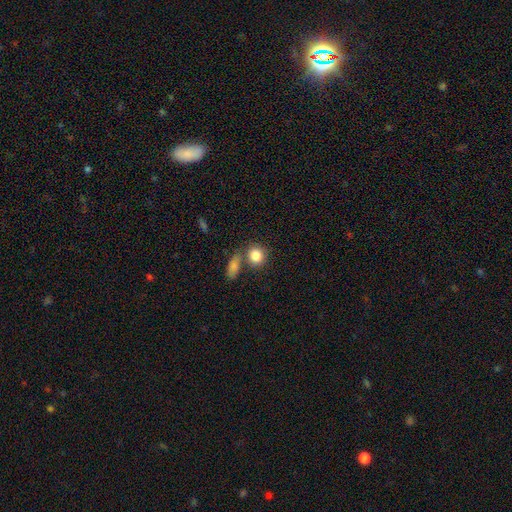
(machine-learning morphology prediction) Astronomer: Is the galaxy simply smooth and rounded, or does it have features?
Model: smooth — 85%.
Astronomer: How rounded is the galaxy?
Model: round — 77%.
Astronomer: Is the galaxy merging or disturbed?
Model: none — 57%.